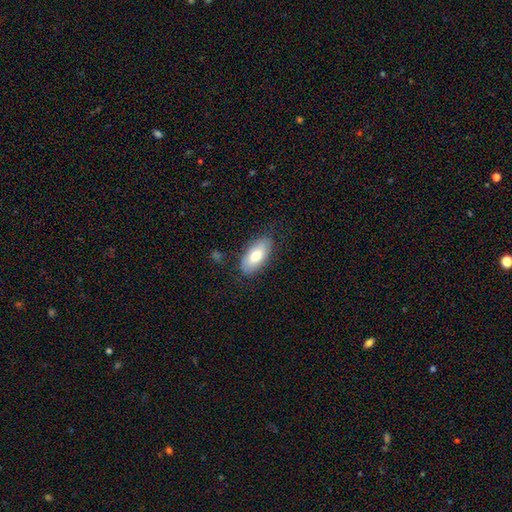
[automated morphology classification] The model was most divided on "smooth or featured": smooth: 75%, featured or disk: 18%, star or artifact: 6%. More confident: how rounded — in between (90%); merging — none (80%).